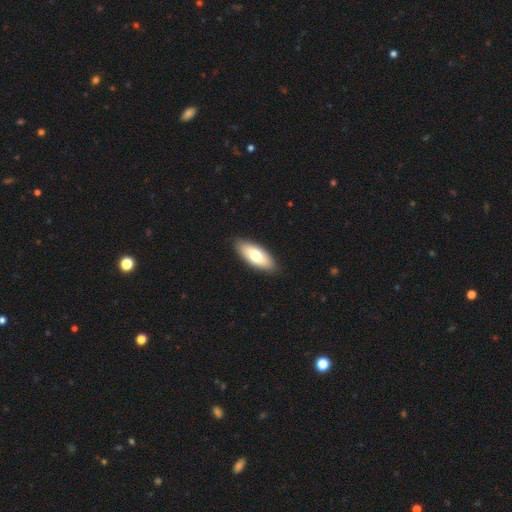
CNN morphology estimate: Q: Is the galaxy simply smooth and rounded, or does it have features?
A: smooth — 73%.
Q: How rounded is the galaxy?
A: in between — 82%.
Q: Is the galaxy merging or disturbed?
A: none — 89%.